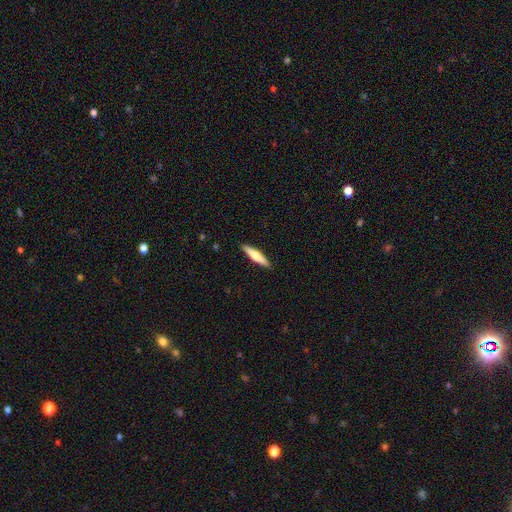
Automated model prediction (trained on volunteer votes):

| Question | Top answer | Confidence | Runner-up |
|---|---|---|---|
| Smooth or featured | smooth | 60% | featured or disk (35%) |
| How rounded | cigar-shaped | 86% | in between (13%) |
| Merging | none | 91% | minor disturbance (7%) |